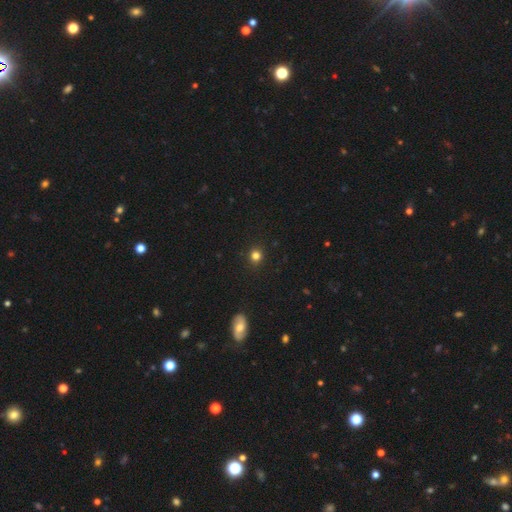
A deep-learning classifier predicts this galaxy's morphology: This is clearly a smooth galaxy (81%). How rounded: clearly round (87%). Merging: clearly none (91%).